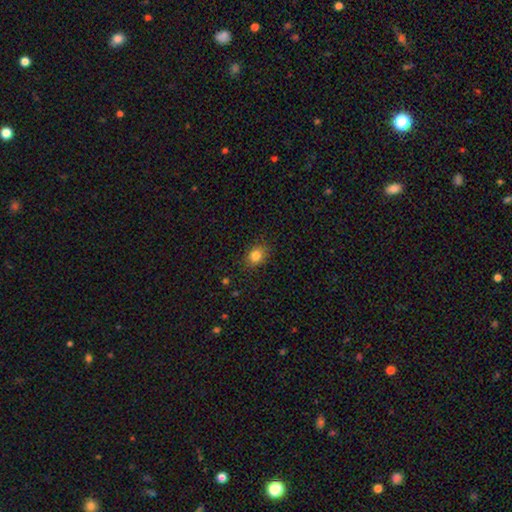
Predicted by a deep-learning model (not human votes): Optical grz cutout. It shows a smooth galaxy with no disk features (83%) that is round (55%). Merging: none (86%).